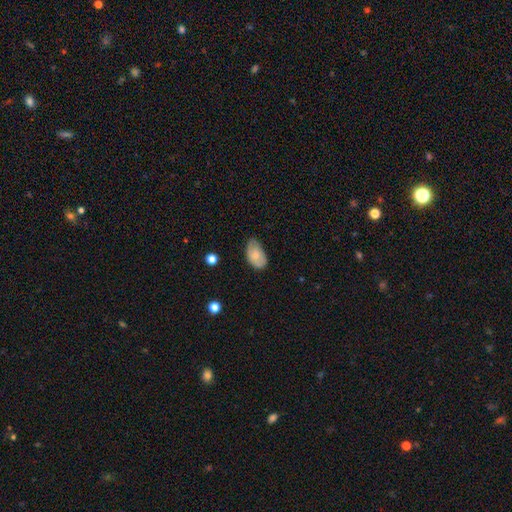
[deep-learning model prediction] A smooth galaxy with no disk features (76%) that is in between round and cigar-shaped (92%).

Vote fractions:
- Smooth or featured? smooth: 76% / featured or disk: 17% / star or artifact: 7%
- How rounded? in between: 92% / round: 6% / cigar-shaped: 1%
- Merging? none: 54% / minor disturbance: 37% / major disturbance: 7% / merger: 2%